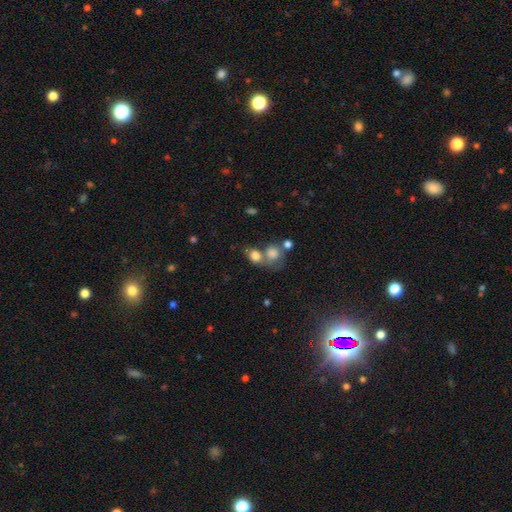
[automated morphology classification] type=smooth (78%); roundness=in between (56%); merging=merger (50%).